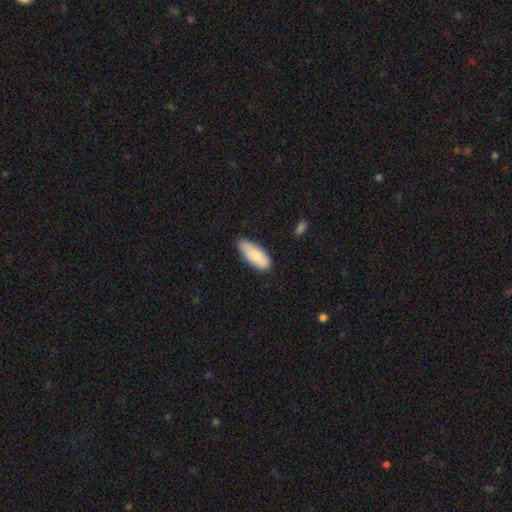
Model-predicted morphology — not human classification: Smooth or featured: smooth — 80% (featured or disk — 14%)
How rounded: in between — 83% (cigar-shaped — 16%)
Merging: none — 67% (minor disturbance — 27%)